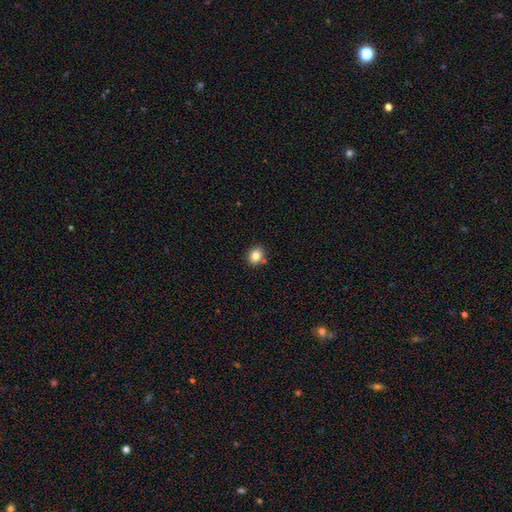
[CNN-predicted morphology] Overall: smooth (84%). How rounded: round (55%; in between 44%). Merging: none (83%).